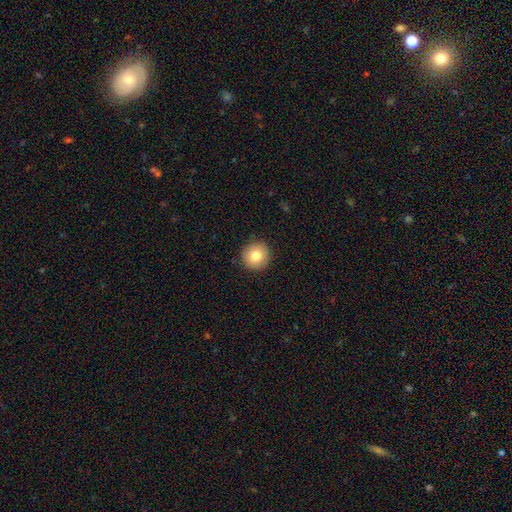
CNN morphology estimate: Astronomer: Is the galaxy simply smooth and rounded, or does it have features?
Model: smooth — 81%.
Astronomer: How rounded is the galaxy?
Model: round — 95%.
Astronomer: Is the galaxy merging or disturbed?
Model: none — 92%.